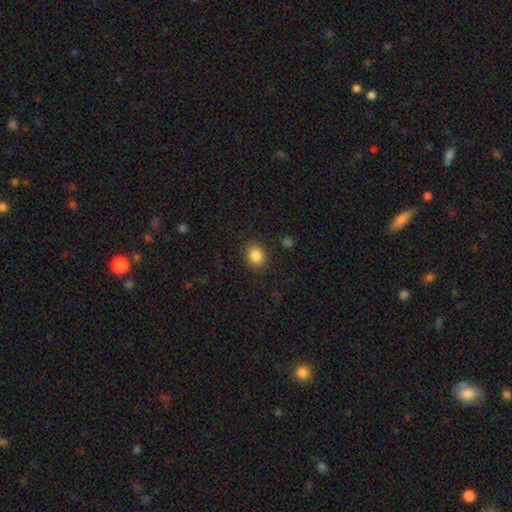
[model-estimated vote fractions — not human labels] A smooth galaxy with no disk features (85%) that is round (55%). Merging: none (87%).